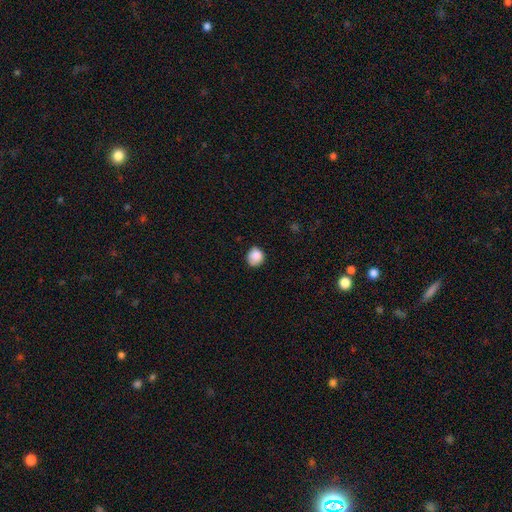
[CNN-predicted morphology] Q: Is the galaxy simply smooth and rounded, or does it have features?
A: smooth — 87%.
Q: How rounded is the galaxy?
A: round — 79%.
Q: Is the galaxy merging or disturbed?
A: none — 74%.